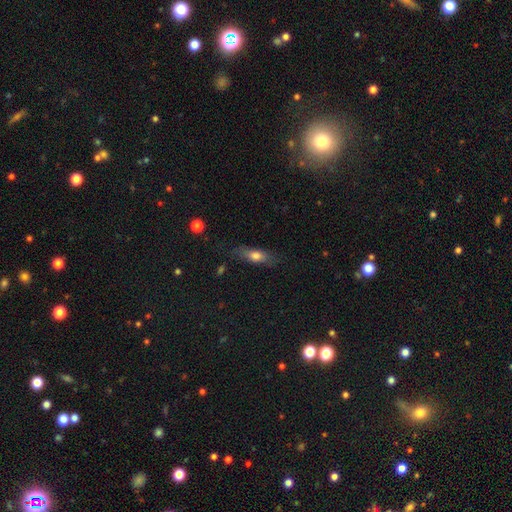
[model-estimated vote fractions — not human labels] Overall: smooth (68%). How rounded: in between (55%; cigar-shaped 41%). Merging: none (74%).